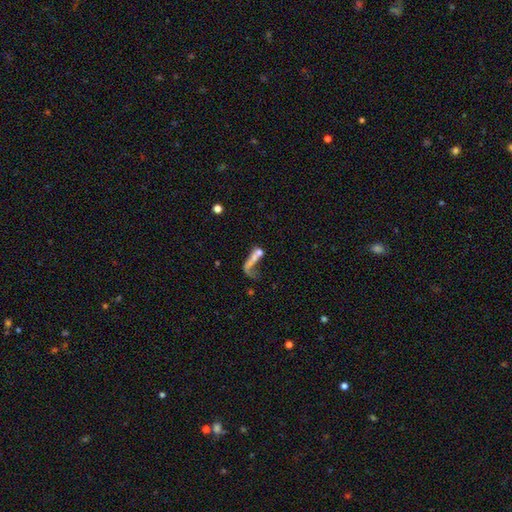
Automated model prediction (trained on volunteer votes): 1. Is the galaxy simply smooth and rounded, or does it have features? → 44% smooth, 43% featured or disk, 13% star or artifact.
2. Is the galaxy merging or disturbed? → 40% merger, 32% major disturbance, 18% none, 9% minor disturbance.